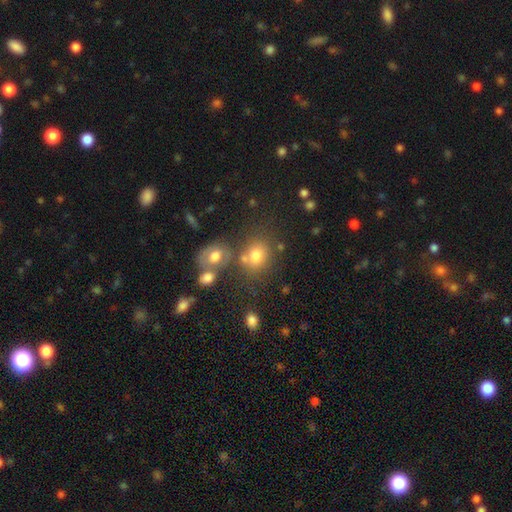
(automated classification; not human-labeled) This is likely a smooth galaxy (73%). How rounded: likely round (61%). Merging: likely none (60%).